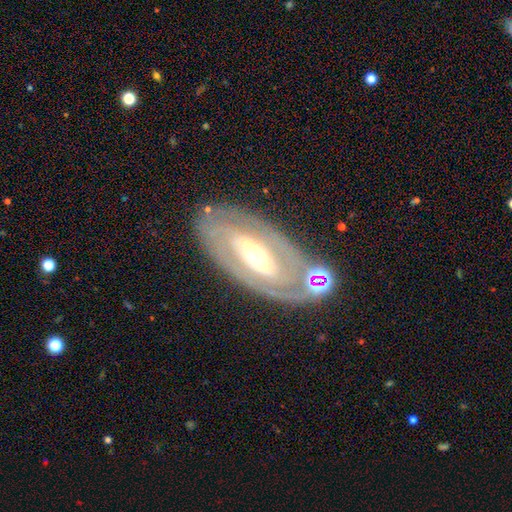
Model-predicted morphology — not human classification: smooth_or_featured: featured or disk (p=0.83) [alt: smooth p=0.12]
disk_edge_on: no (p=0.91) [alt: yes p=0.09]
bar: no (p=0.35) [alt: weak p=0.34]
has_spiral_arms: yes (p=0.81) [alt: no p=0.19]
spiral_winding: tight (p=0.64) [alt: medium p=0.28]
spiral_arm_count: 2 (p=0.60) [alt: can't tell p=0.23]
bulge_size: moderate (p=0.67) [alt: small p=0.19]
merging: none (p=0.73) [alt: minor disturbance p=0.15]